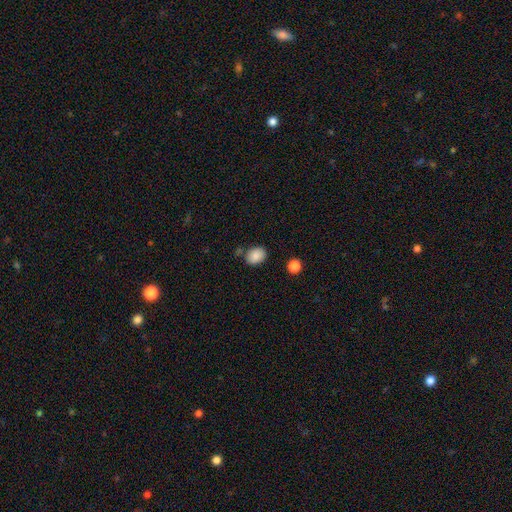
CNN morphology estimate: The model was most divided on "how rounded": in between: 64%, round: 35%, cigar-shaped: 1%. More confident: smooth or featured — smooth (87%); merging — none (77%).